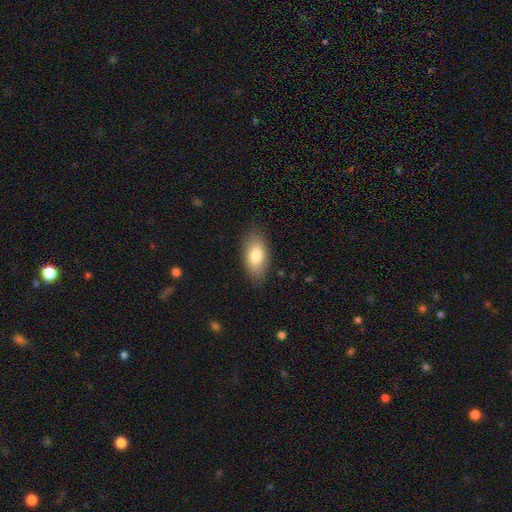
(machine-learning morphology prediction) The model was most divided on "smooth or featured": smooth: 81%, featured or disk: 12%, star or artifact: 6%. More confident: how rounded — in between (91%); merging — none (84%).